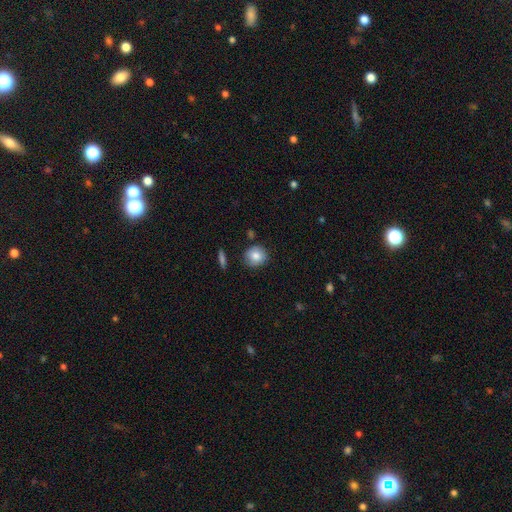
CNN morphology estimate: smooth_or_featured: smooth (p=0.82) [alt: featured or disk p=0.10]
how_rounded: round (p=0.83) [alt: in between p=0.15]
merging: none (p=0.83) [alt: minor disturbance p=0.12]